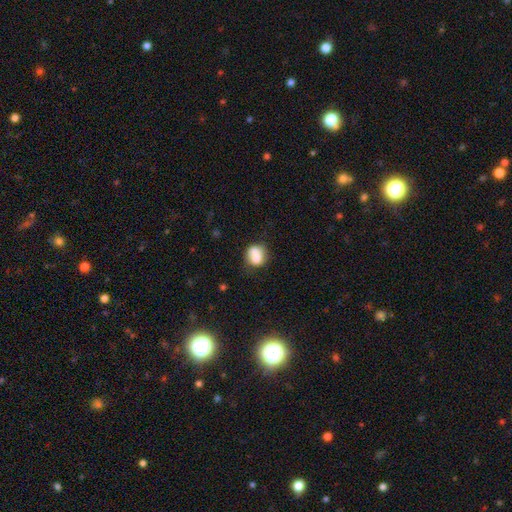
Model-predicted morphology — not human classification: type=smooth (71%); roundness=round (67%); merging=merger (45%).